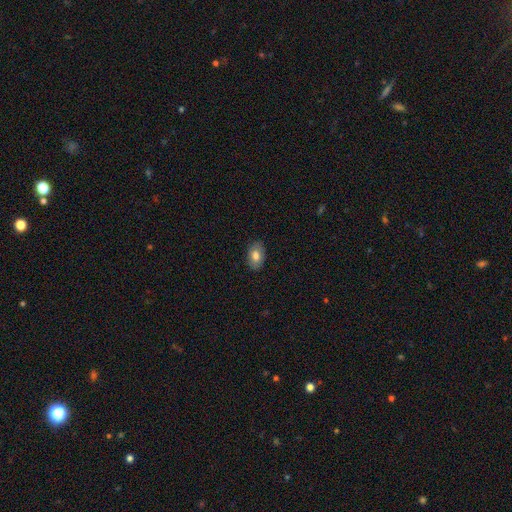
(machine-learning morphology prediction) Overall: smooth (79%). How rounded: in between (90%). Merging: none (87%).